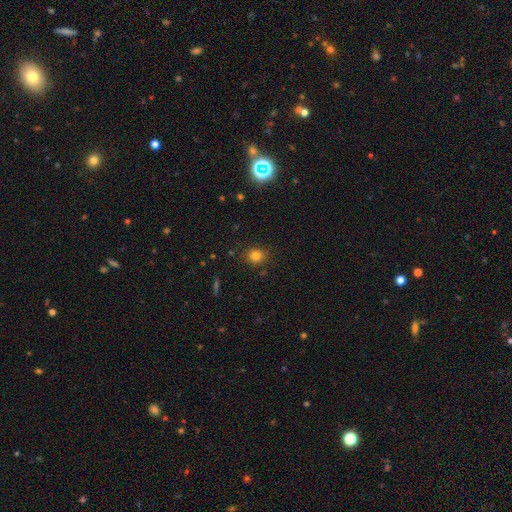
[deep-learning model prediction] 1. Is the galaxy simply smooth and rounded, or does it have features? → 80% smooth, 14% star or artifact, 6% featured or disk.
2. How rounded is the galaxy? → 82% round, 17% in between, 1% cigar-shaped.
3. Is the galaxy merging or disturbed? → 86% none, 10% minor disturbance, 3% major disturbance, 2% merger.